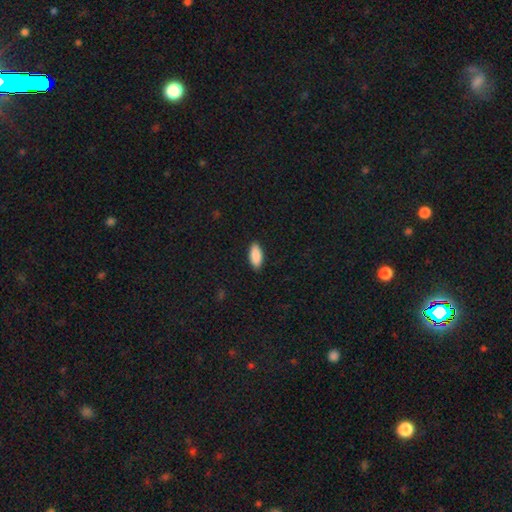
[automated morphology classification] A smooth galaxy with no disk features (90%) that is in between round and cigar-shaped (87%). Merging: none (89%).